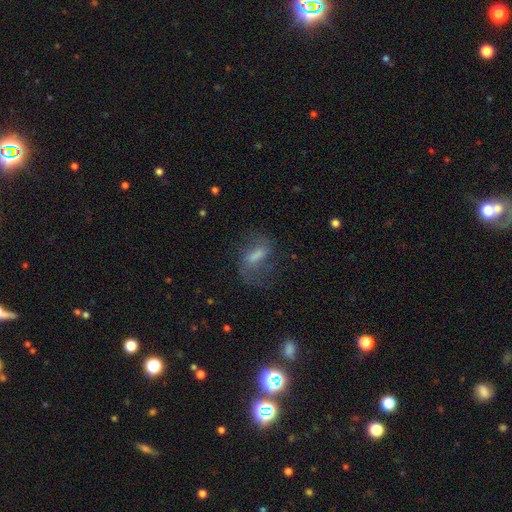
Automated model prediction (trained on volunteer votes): Smooth or featured? featured or disk (51%)
Edge-on disk? no (91%)
Merging? none (55%)